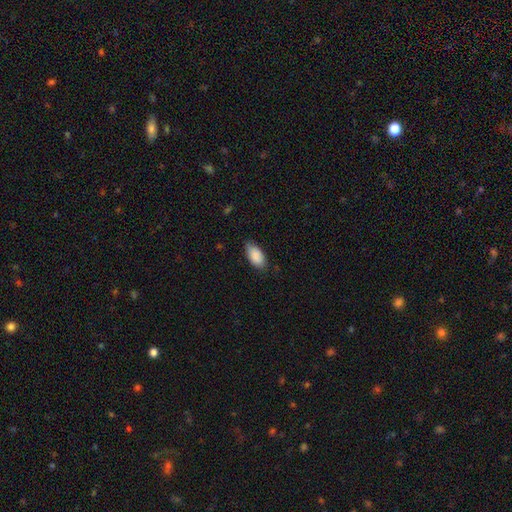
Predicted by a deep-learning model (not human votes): Smooth or featured? Predicted: smooth (p=0.89). How rounded? Predicted: in between (p=0.94). Merging? Predicted: none (p=0.76).